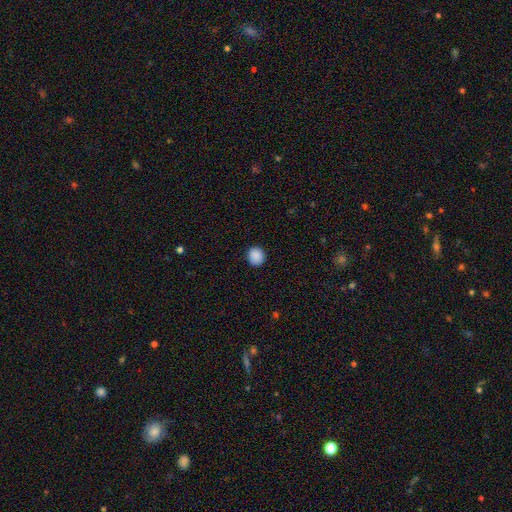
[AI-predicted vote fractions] smooth-or-featured: smooth: 89% | star or artifact: 8% | featured or disk: 2%
  how-rounded: round: 86% | in between: 13% | cigar-shaped: 1%
  merging: none: 90% | minor disturbance: 7% | major disturbance: 2% | merger: 1%